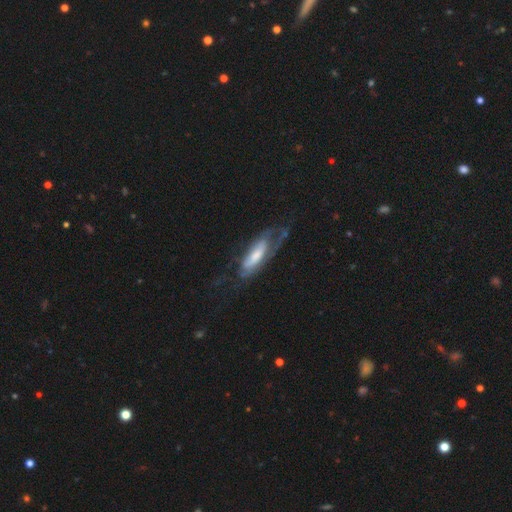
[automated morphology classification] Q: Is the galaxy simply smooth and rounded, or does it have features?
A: featured or disk — 59%.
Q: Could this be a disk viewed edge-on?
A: no — 78%.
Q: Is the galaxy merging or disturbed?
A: none — 39%.